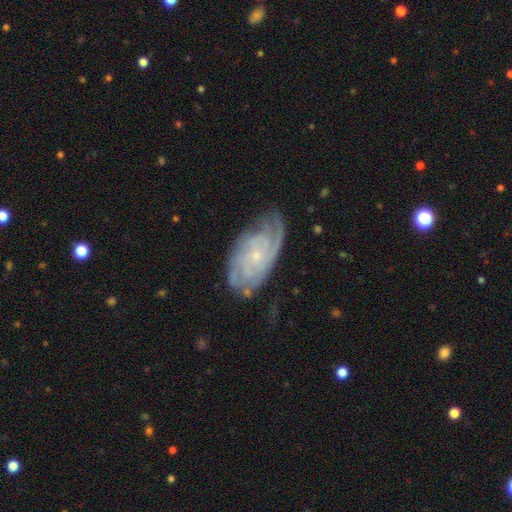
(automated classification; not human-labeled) smooth-or-featured: featured or disk: 81% | smooth: 13% | star or artifact: 7%
  disk-edge-on: no: 95% | yes: 5%
    bar: no: 74% | weak: 22% | strong: 4%
    has-spiral-arms: yes: 94% | no: 6%
      spiral-winding: tight: 63% | medium: 29% | loose: 8%
      spiral-arm-count: can't tell: 40% | 2: 17% | 3: 17% | 4: 13% | more than 4: 6% | 1: 6%
    bulge-size: small: 79% | moderate: 15% | none: 4% | large: 1% | dominant: 1%
  merging: none: 65% | minor disturbance: 24% | major disturbance: 9% | merger: 2%